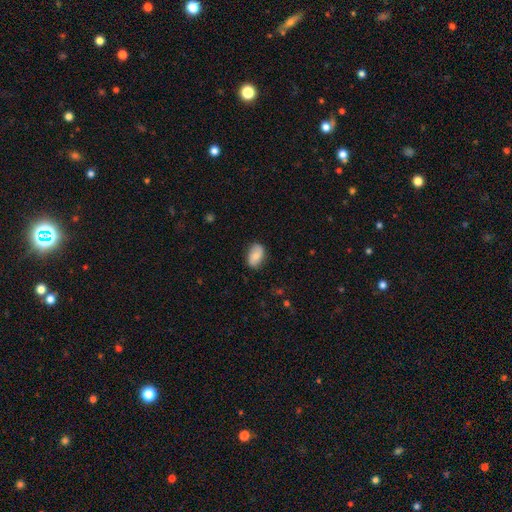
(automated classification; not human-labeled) Q: Smooth or featured?
A: smooth (69%); runner-up: featured or disk (24%)
Q: How rounded?
A: in between (89%); runner-up: round (9%)
Q: Merging?
A: none (79%); runner-up: minor disturbance (16%)